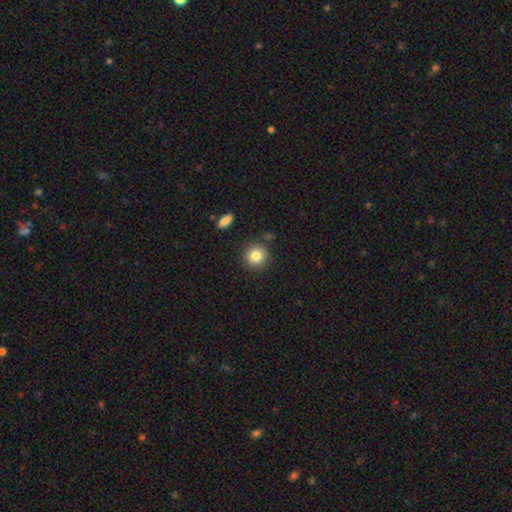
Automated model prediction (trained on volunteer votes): Smooth or featured: smooth — 83% (star or artifact — 10%)
How rounded: round — 93% (in between — 6%)
Merging: none — 86% (minor disturbance — 8%)